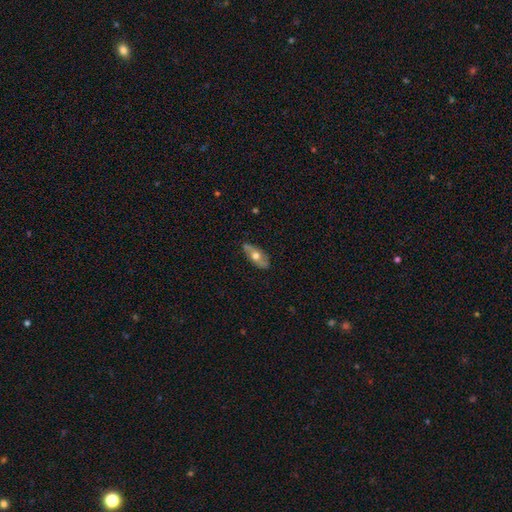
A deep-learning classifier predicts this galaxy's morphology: Overall: featured or disk (50%; smooth 45%). Merging: none (80%).